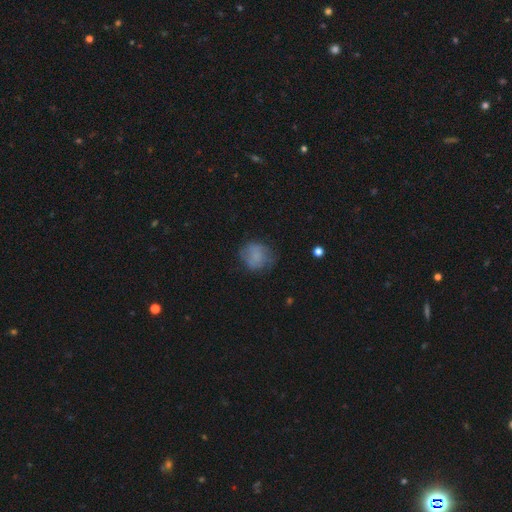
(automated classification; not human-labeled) Morphology: type=smooth (66%); roundness=round (75%); merging=none (61%).